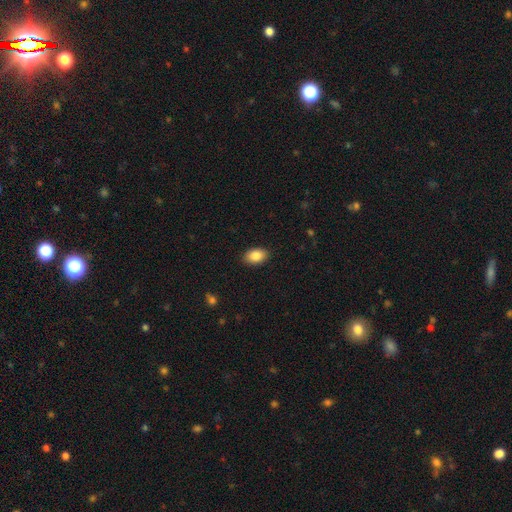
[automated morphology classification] A smooth galaxy with no disk features (87%) that is in between round and cigar-shaped (89%).

Vote fractions:
- Smooth or featured? smooth: 87% / star or artifact: 7% / featured or disk: 5%
- How rounded? in between: 89% / round: 10% / cigar-shaped: 1%
- Merging? none: 89% / minor disturbance: 8% / major disturbance: 2% / merger: 1%